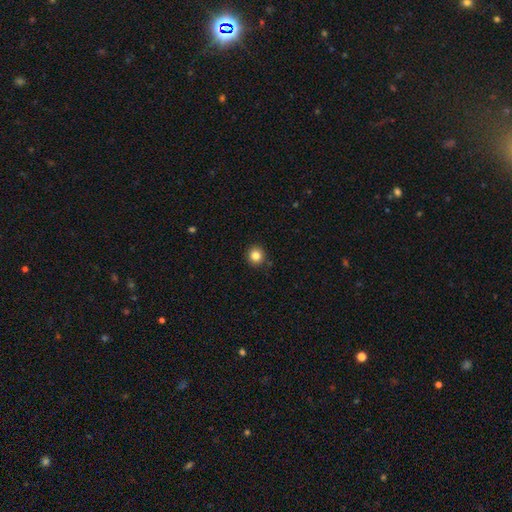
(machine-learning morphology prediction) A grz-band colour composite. It shows a smooth galaxy with no disk features (84%) that is round (92%). Merging: none (90%).